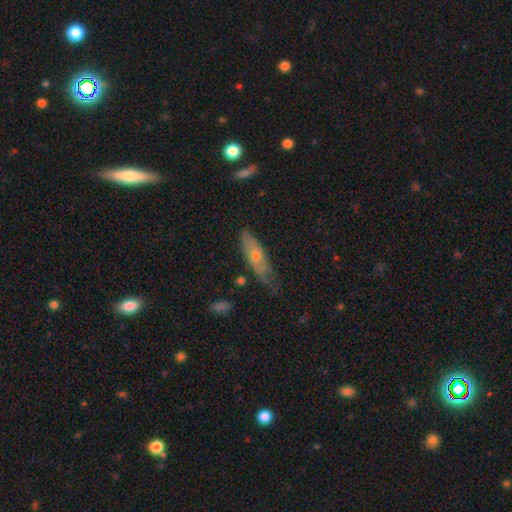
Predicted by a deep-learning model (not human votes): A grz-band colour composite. It shows a smooth galaxy with no disk features (47%). Merging: none (59%).